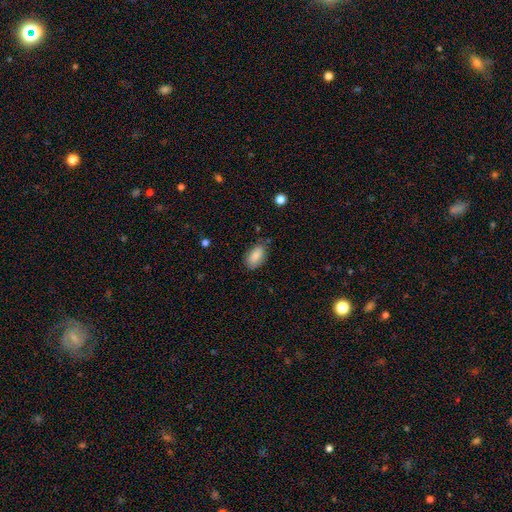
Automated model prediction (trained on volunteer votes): Overall: smooth (86%). How rounded: in between (92%). Merging: none (76%).